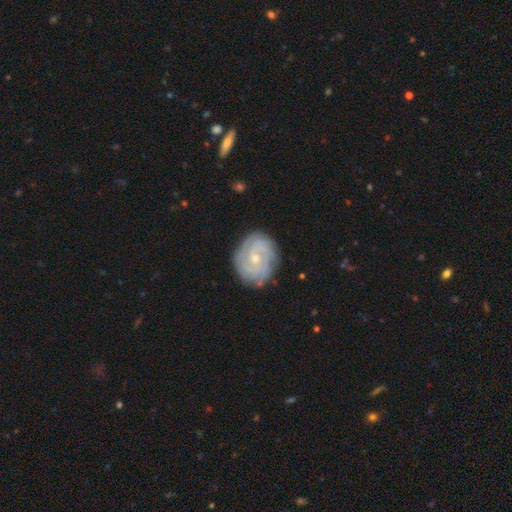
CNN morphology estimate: Smooth or featured? featured or disk (80%)
Edge-on disk? no (98%)
Bar? no (67%)
Spiral arms? yes (94%)
Spiral winding? tight (73%)
Spiral arm count? can't tell (34%)
Bulge size? small (65%)
Merging? none (82%)